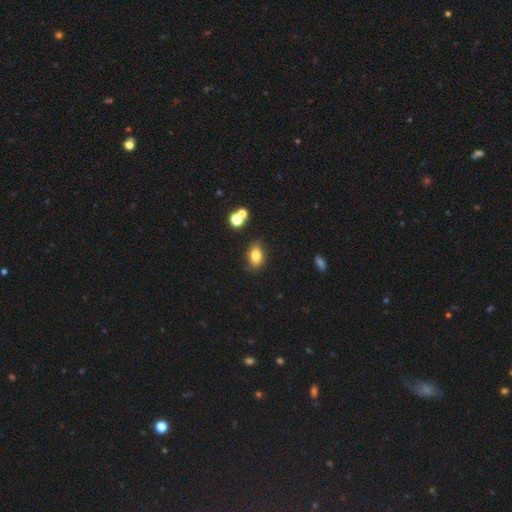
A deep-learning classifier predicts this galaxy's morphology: smooth_or_featured: smooth (p=0.77) [alt: featured or disk p=0.12]
how_rounded: in between (p=0.81) [alt: round p=0.17]
merging: none (p=0.76) [alt: minor disturbance p=0.15]